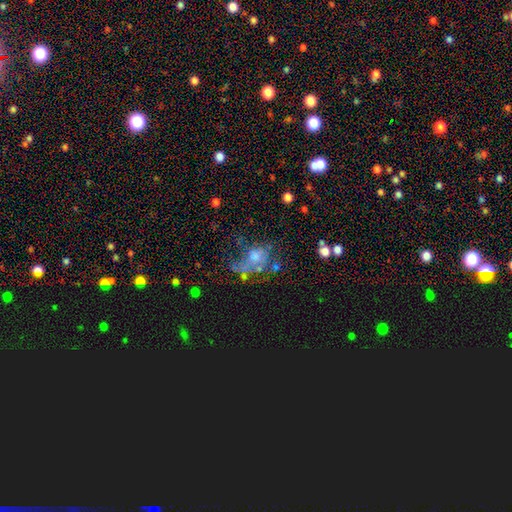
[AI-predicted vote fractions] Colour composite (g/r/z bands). It shows a featured or disk galaxy (39%). Merging: none (38%).